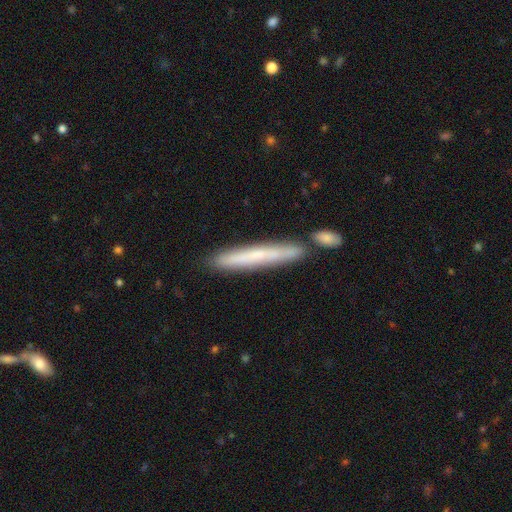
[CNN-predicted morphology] Overall: smooth (55%; featured or disk 38%). How rounded: cigar-shaped (96%). Merging: none (72%).